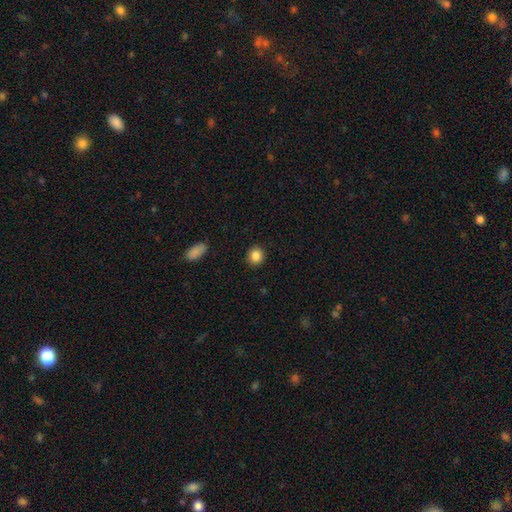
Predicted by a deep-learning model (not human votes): Smooth or featured? smooth (86%)
How rounded? round (85%)
Merging? none (91%)